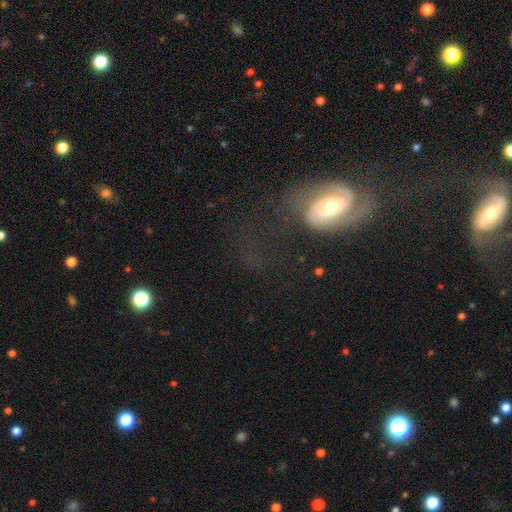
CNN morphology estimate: Smooth or featured? Predicted: featured or disk (p=0.76). Edge-on disk? Predicted: no (p=0.96). Bar? Predicted: weak (p=0.44). Spiral arms? Predicted: yes (p=0.88). Spiral winding? Predicted: medium (p=0.44). Spiral arm count? Predicted: 2 (p=0.86). Bulge size? Predicted: moderate (p=0.60). Merging? Predicted: none (p=0.55).